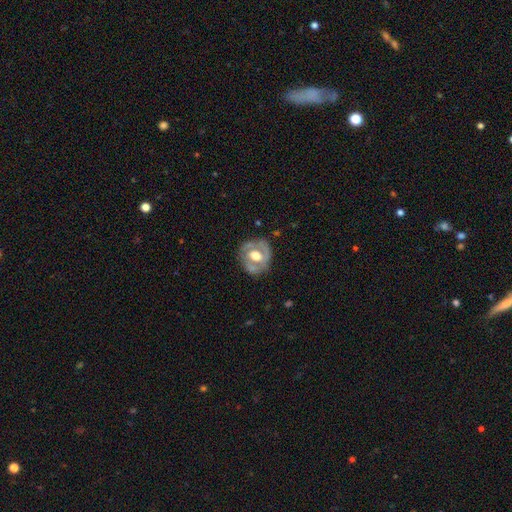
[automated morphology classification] Overall: featured or disk (64%; smooth 30%). Edge-on disk: no (96%). Bar: no (63%; weak 28%). Spiral arms: no (51%; yes 49%). Bulge size: moderate (58%; large 34%). Merging: none (70%).